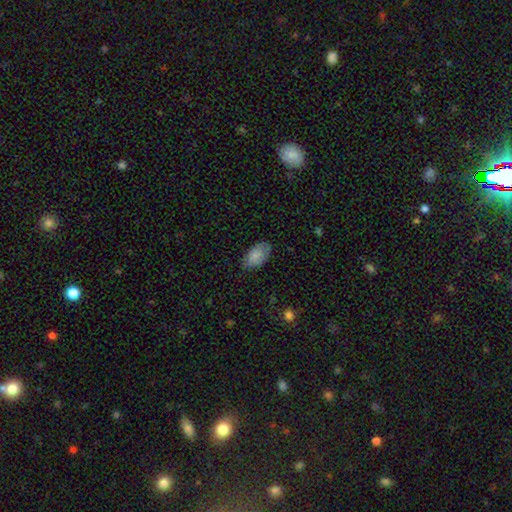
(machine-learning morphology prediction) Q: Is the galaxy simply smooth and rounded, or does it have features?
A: smooth — 82%.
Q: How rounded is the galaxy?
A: in between — 94%.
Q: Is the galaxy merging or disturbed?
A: none — 71%.